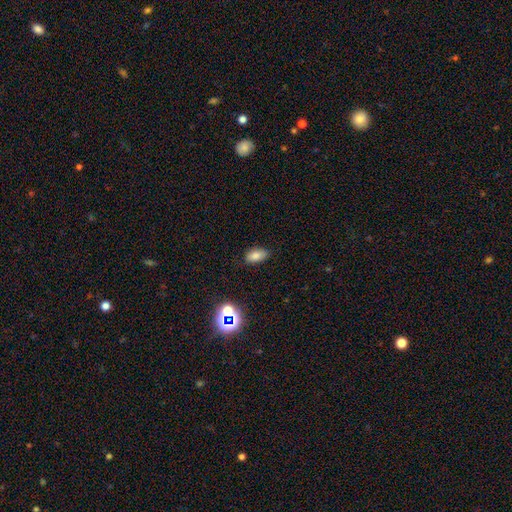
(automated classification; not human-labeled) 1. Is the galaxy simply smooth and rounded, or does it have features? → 80% smooth, 12% star or artifact, 7% featured or disk.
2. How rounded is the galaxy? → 91% in between, 5% round, 4% cigar-shaped.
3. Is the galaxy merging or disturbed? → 83% none, 13% minor disturbance, 3% major disturbance, 2% merger.